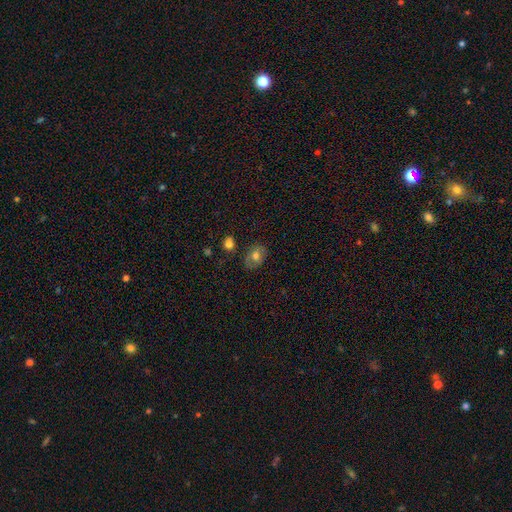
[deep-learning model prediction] The model was most divided on "smooth or featured": smooth: 64%, featured or disk: 27%, star or artifact: 9%. More confident: merging — none (74%); how rounded — in between (70%).